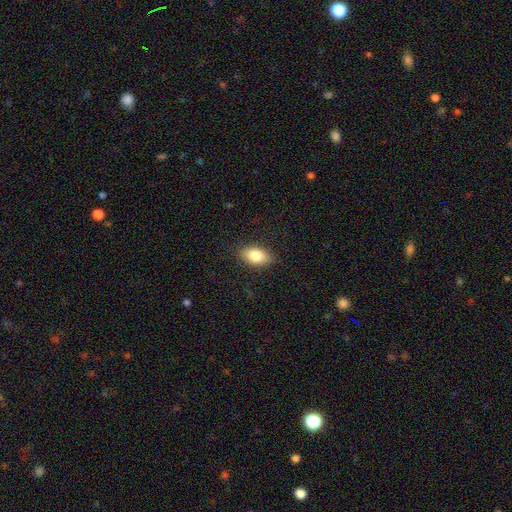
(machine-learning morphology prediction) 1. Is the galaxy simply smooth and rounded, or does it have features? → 82% smooth, 11% featured or disk, 7% star or artifact.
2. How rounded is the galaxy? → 90% in between, 7% round, 3% cigar-shaped.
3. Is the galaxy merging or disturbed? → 88% none, 9% minor disturbance, 2% major disturbance, 1% merger.